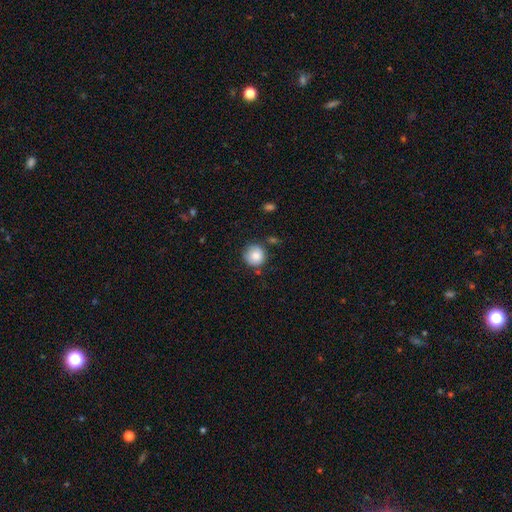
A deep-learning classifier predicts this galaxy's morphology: This is clearly a smooth galaxy (84%). How rounded: clearly round (92%). Merging: likely none (79%).